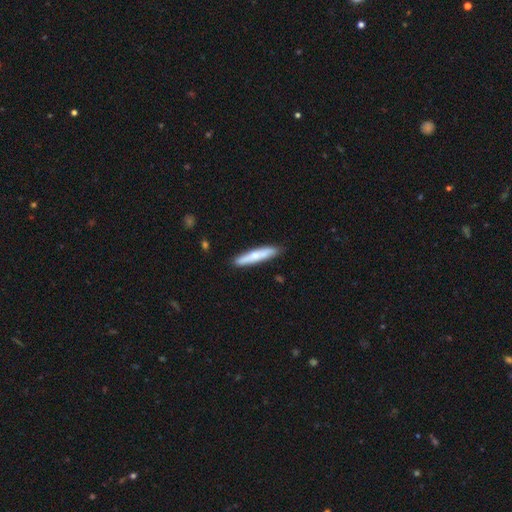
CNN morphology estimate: Smooth or featured?
  - smooth: 66% *
  - featured or disk: 29%
  - star or artifact: 5%
How rounded?
  - cigar-shaped: 91% *
  - in between: 7%
  - round: 1%
Merging?
  - none: 87% *
  - minor disturbance: 10%
  - major disturbance: 2%
  - merger: 2%